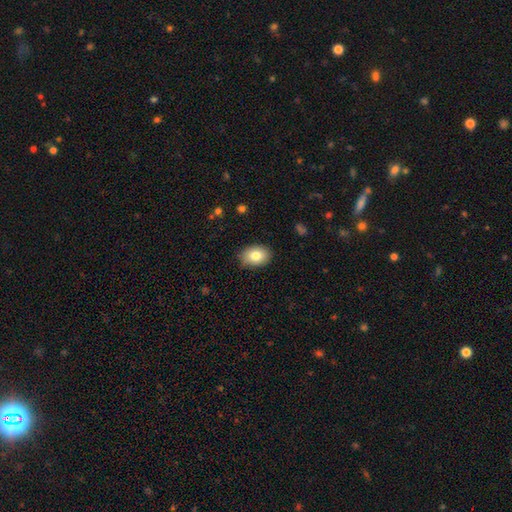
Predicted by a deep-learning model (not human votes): This appears to be a smooth galaxy with no disk features (81%) that is in between round and cigar-shaped (75%). Merging: none (85%).